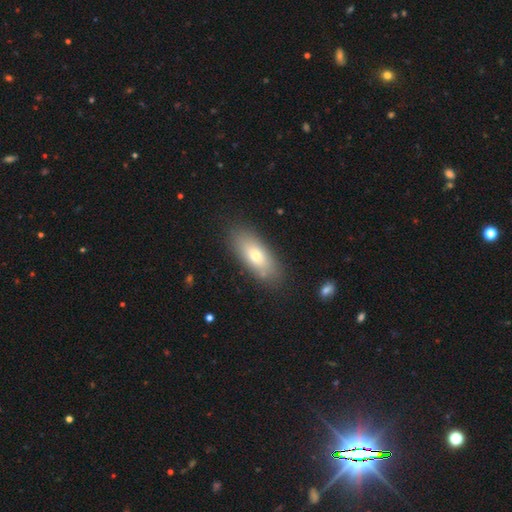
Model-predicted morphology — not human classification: A smooth galaxy with no disk features (68%) that is in between round and cigar-shaped (76%).

Vote fractions:
- Smooth or featured? smooth: 68% / featured or disk: 24% / star or artifact: 8%
- How rounded? in between: 76% / cigar-shaped: 21% / round: 3%
- Merging? none: 83% / minor disturbance: 11% / major disturbance: 3% / merger: 2%